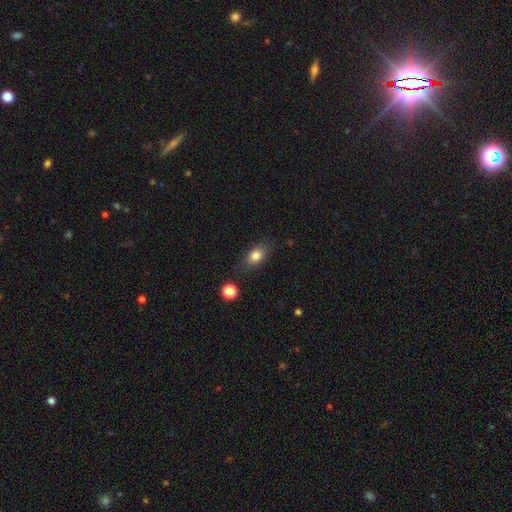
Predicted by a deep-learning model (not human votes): Smooth or featured? Predicted: smooth (p=0.82). How rounded? Predicted: in between (p=0.78). Merging? Predicted: none (p=0.79).